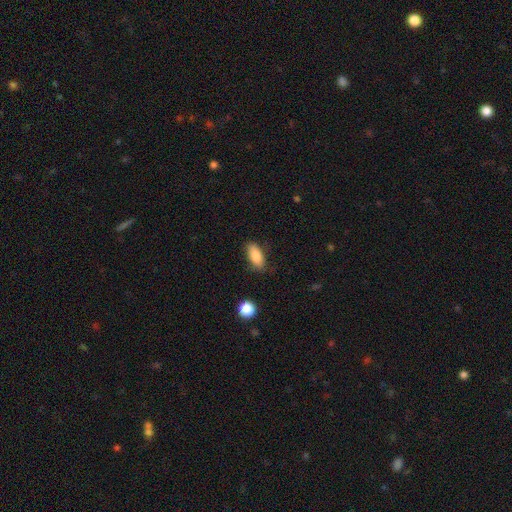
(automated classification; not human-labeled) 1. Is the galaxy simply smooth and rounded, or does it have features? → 85% smooth, 7% star or artifact, 7% featured or disk.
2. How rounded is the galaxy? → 86% in between, 11% cigar-shaped, 3% round.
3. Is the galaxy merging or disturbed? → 80% none, 15% minor disturbance, 3% major disturbance, 2% merger.